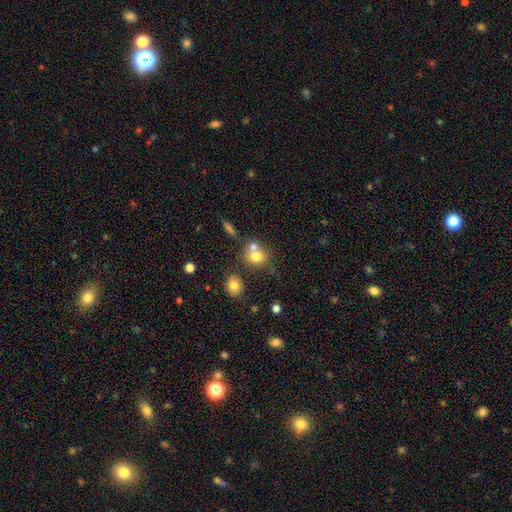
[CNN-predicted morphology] A smooth galaxy with no disk features (73%) that is round (72%).

Vote fractions:
- Smooth or featured? smooth: 73% / featured or disk: 15% / star or artifact: 12%
- How rounded? round: 72% / in between: 27% / cigar-shaped: 1%
- Merging? none: 44% / merger: 42% / minor disturbance: 10% / major disturbance: 4%